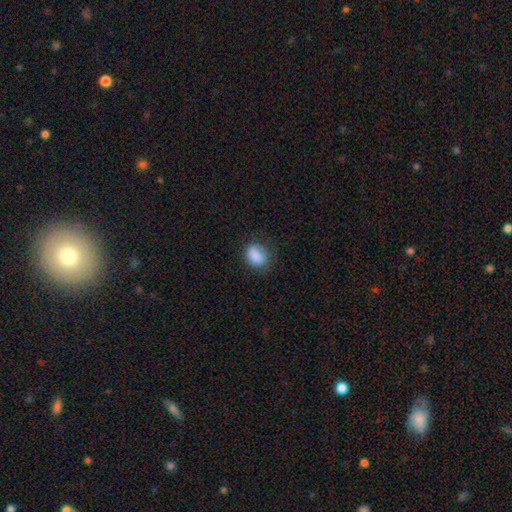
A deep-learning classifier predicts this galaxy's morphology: smooth_or_featured: smooth (p=0.86) [alt: star or artifact p=0.08]
how_rounded: in between (p=0.62) [alt: round p=0.37]
merging: none (p=0.73) [alt: minor disturbance p=0.20]